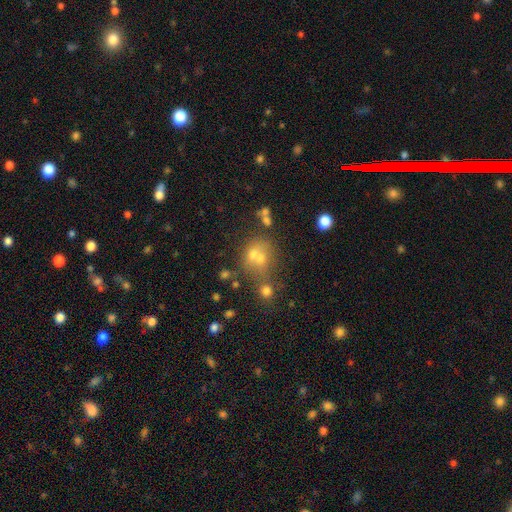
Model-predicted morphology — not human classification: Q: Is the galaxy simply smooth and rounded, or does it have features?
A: smooth — 53%.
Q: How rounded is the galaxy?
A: round — 71%.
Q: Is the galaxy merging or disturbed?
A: merger — 50%.